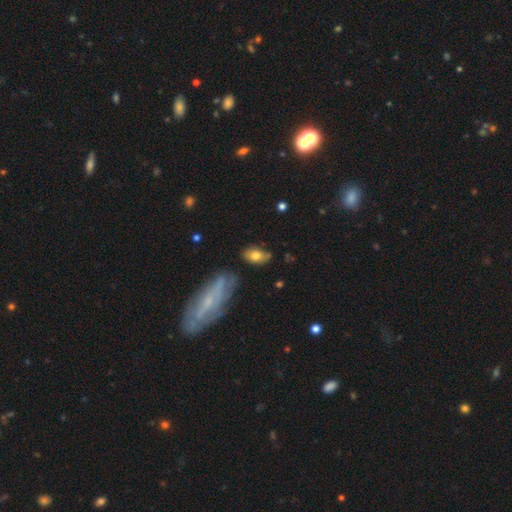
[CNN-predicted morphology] Q: Smooth or featured?
A: smooth (72%); runner-up: featured or disk (20%)
Q: How rounded?
A: in between (85%); runner-up: round (11%)
Q: Merging?
A: none (69%); runner-up: minor disturbance (21%)